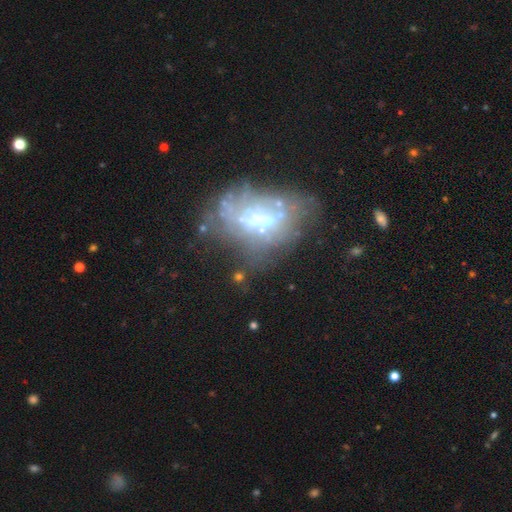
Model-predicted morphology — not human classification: Overall: featured or disk (57%; smooth 23%). Edge-on disk: no (91%). Bar: no (57%; weak 30%). Spiral arms: no (61%; yes 39%). Bulge size: moderate (39%; small 29%). Merging: none (43%; major disturbance 28%).